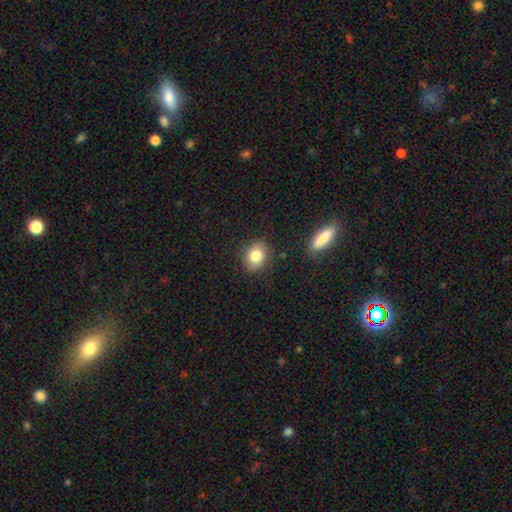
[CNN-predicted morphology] Smooth or featured?
  - smooth: 81% *
  - featured or disk: 10%
  - star or artifact: 9%
How rounded?
  - round: 59% *
  - in between: 40%
  - cigar-shaped: 1%
Merging?
  - none: 83% *
  - minor disturbance: 12%
  - major disturbance: 3%
  - merger: 2%